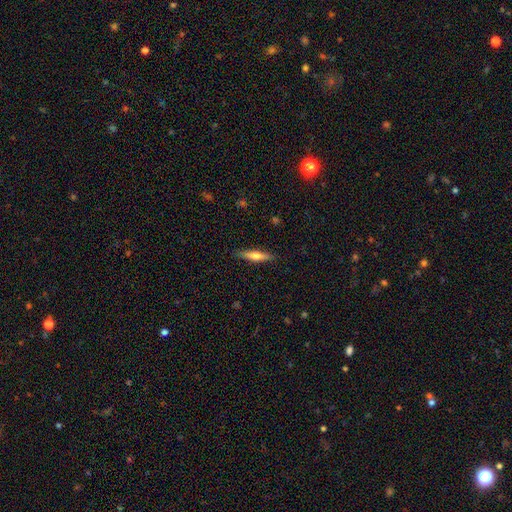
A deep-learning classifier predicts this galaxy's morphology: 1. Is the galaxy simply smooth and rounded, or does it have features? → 56% smooth, 38% featured or disk, 6% star or artifact.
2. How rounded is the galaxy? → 81% cigar-shaped, 17% in between, 2% round.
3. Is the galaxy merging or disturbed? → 88% none, 9% minor disturbance, 2% major disturbance, 1% merger.